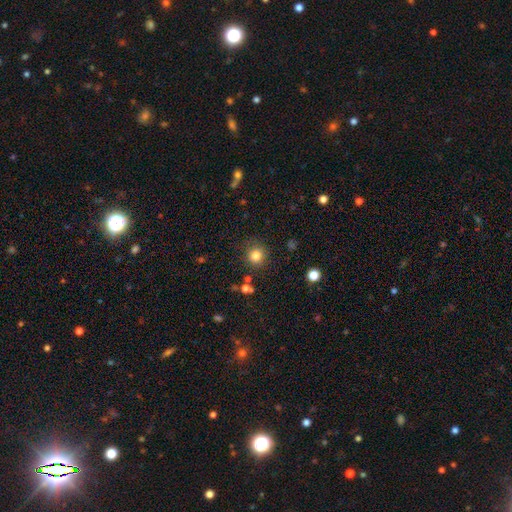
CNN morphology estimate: The model was most divided on "smooth or featured": smooth: 82%, star or artifact: 13%, featured or disk: 5%. More confident: how rounded — round (91%); merging — none (84%).